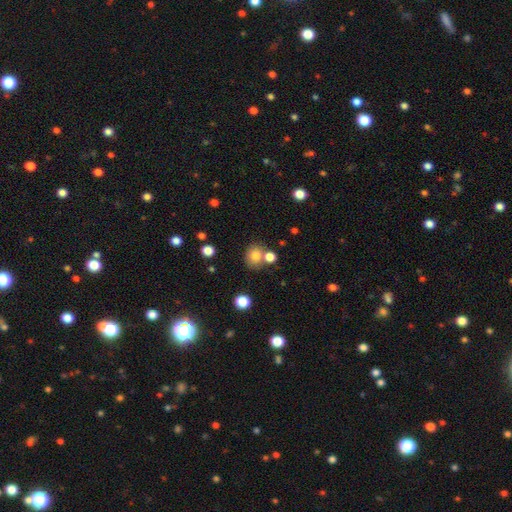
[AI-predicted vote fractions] A smooth galaxy with no disk features (81%) that is round (69%). Merging: none (64%).